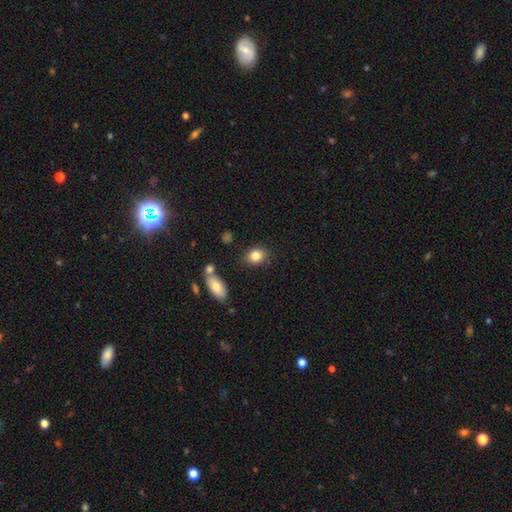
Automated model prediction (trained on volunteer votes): smooth-or-featured: smooth: 83% | star or artifact: 9% | featured or disk: 7%
  how-rounded: in between: 56% | round: 43% | cigar-shaped: 2%
  merging: none: 80% | minor disturbance: 12% | merger: 4% | major disturbance: 3%